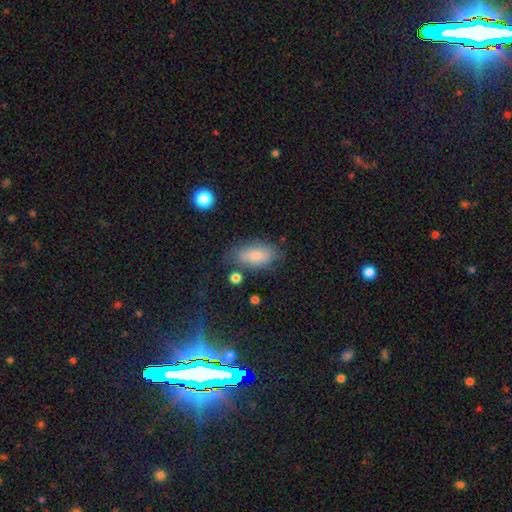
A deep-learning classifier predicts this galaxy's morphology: This appears to be a smooth galaxy with no disk features (80%) that is in between round and cigar-shaped (91%). Merging: none (68%).